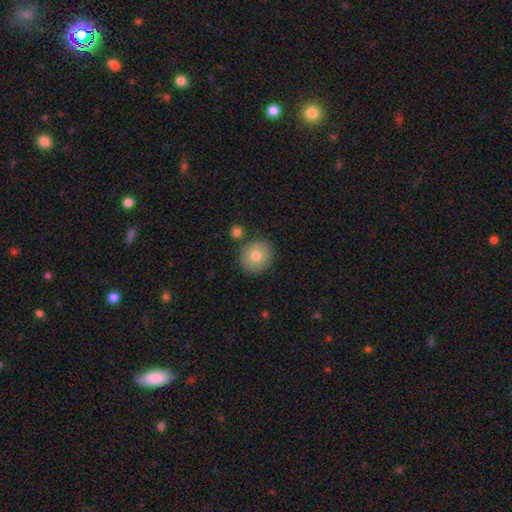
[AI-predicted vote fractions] A smooth galaxy with no disk features (76%) that is round (86%).

Vote fractions:
- Smooth or featured? smooth: 76% / featured or disk: 15% / star or artifact: 9%
- How rounded? round: 86% / in between: 13% / cigar-shaped: 1%
- Merging? none: 82% / minor disturbance: 9% / merger: 7% / major disturbance: 3%